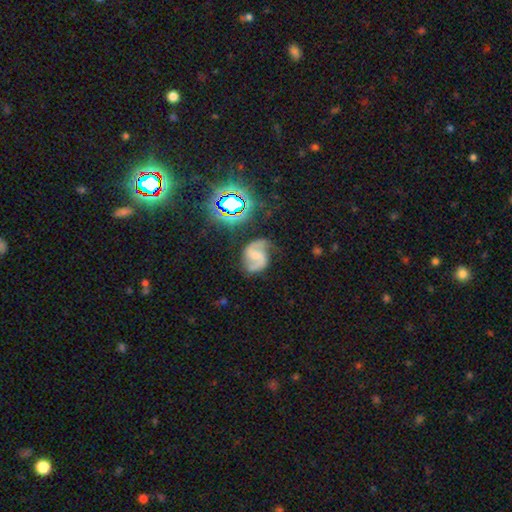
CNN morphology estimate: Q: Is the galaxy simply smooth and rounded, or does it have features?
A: featured or disk — 80%.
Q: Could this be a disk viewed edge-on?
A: no — 98%.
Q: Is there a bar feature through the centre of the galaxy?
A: weak — 48%.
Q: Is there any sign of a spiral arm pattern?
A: yes — 96%.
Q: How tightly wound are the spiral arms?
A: medium — 53%.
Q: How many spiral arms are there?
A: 2 — 91%.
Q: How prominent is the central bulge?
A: small — 41%.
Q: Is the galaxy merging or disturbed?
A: none — 70%.